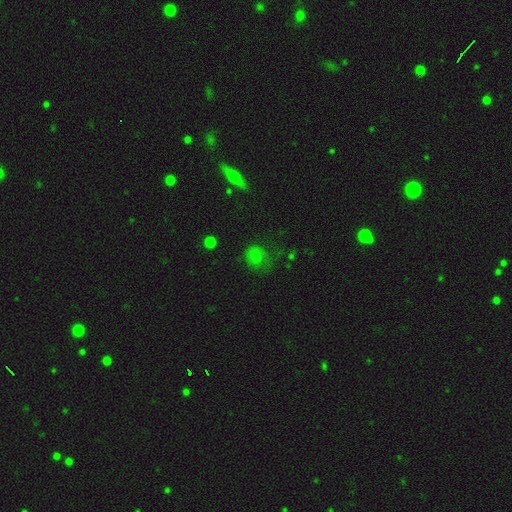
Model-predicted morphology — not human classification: Smooth or featured? Predicted: smooth (p=0.64). How rounded? Predicted: round (p=0.69). Merging? Predicted: none (p=0.54).